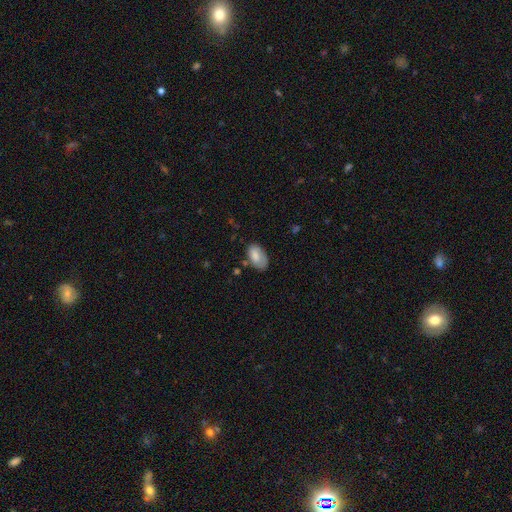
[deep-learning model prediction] The model was most divided on "merging": none: 59%, minor disturbance: 28%, major disturbance: 9%, merger: 4%. More confident: how rounded — in between (92%); smooth or featured — smooth (78%).